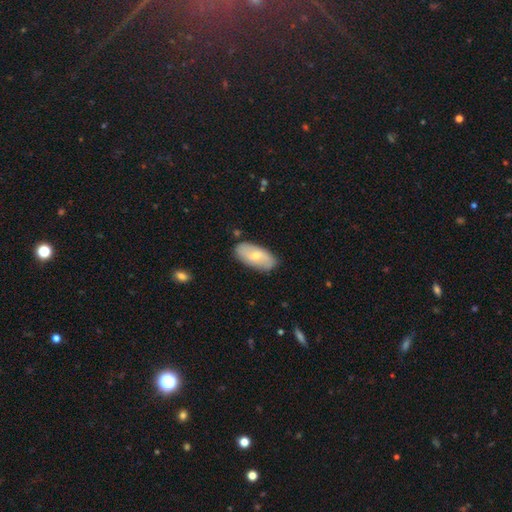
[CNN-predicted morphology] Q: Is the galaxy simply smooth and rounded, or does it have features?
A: smooth — 59%.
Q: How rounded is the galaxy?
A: in between — 92%.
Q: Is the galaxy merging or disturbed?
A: none — 82%.